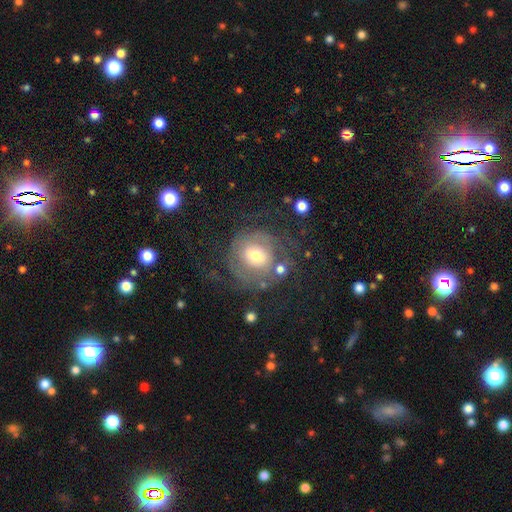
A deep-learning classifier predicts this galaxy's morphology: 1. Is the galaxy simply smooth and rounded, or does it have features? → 64% featured or disk, 26% smooth, 10% star or artifact.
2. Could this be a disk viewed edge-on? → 97% no, 3% yes.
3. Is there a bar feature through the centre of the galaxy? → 64% no, 29% weak, 7% strong.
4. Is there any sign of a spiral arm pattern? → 74% yes, 26% no.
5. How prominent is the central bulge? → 61% moderate, 24% small, 12% large, 2% dominant, 1% none.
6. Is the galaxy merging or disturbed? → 60% none, 20% major disturbance, 16% minor disturbance, 3% merger.